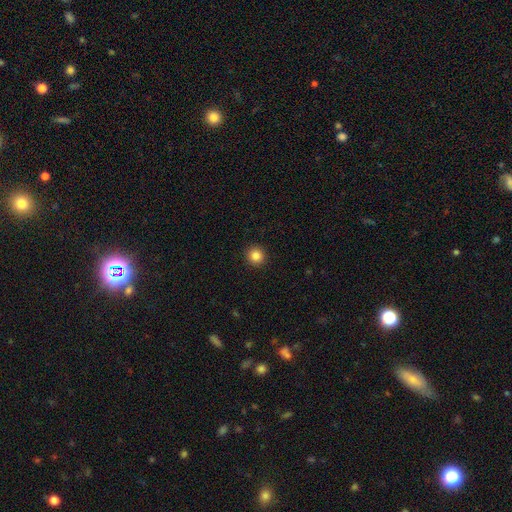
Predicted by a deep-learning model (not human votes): This appears to be a smooth galaxy with no disk features (85%) that is round (94%). Merging: none (93%).